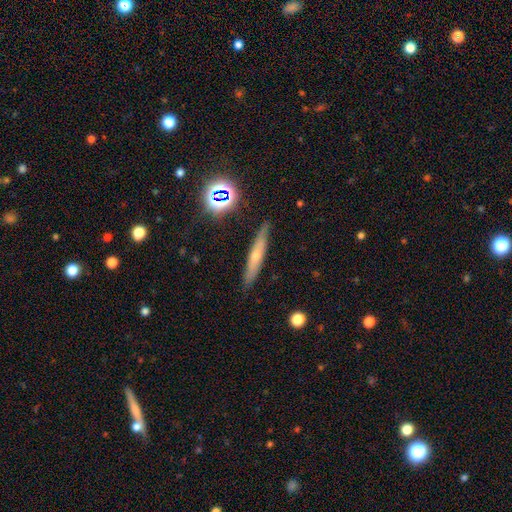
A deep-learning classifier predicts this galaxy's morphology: Smooth or featured? smooth (45%)
Merging? none (86%)